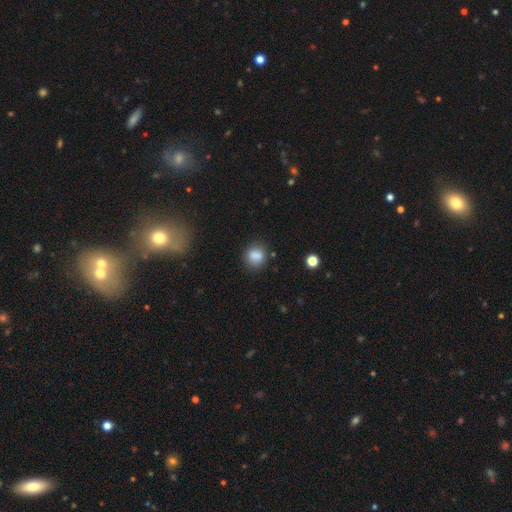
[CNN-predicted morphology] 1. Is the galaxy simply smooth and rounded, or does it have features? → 85% smooth, 10% star or artifact, 5% featured or disk.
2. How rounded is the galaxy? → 74% round, 25% in between, 1% cigar-shaped.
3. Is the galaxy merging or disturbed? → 79% none, 14% minor disturbance, 4% major disturbance, 3% merger.